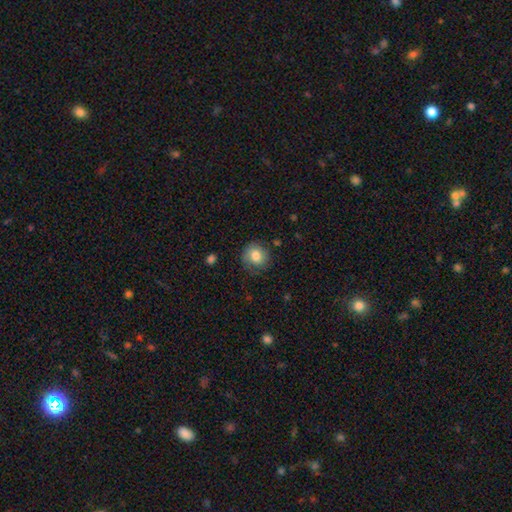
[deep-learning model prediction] smooth_or_featured: smooth (p=0.77) [alt: featured or disk p=0.15]
how_rounded: round (p=0.85) [alt: in between p=0.14]
merging: none (p=0.74) [alt: minor disturbance p=0.19]